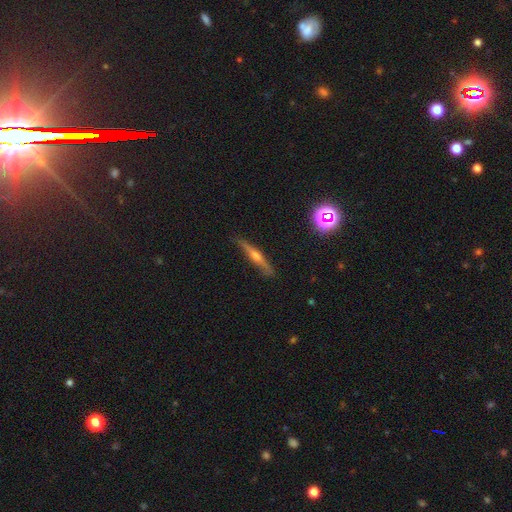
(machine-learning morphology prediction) Overall: featured or disk (68%). Edge-on disk: yes (96%). Edge-on bulge: rounded (85%). Merging: none (86%).